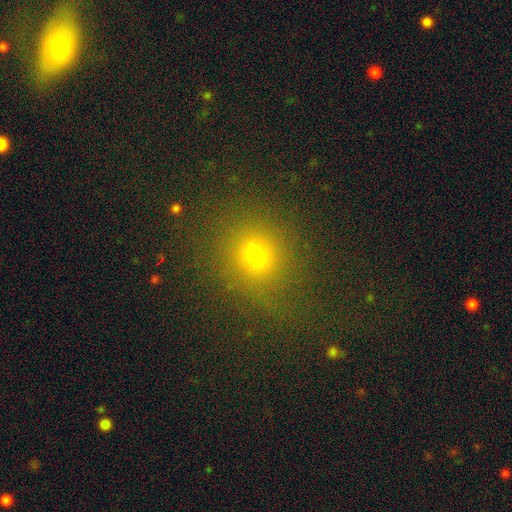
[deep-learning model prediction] Smooth or featured? Predicted: smooth (p=0.69). How rounded? Predicted: round (p=0.84). Merging? Predicted: none (p=0.84).